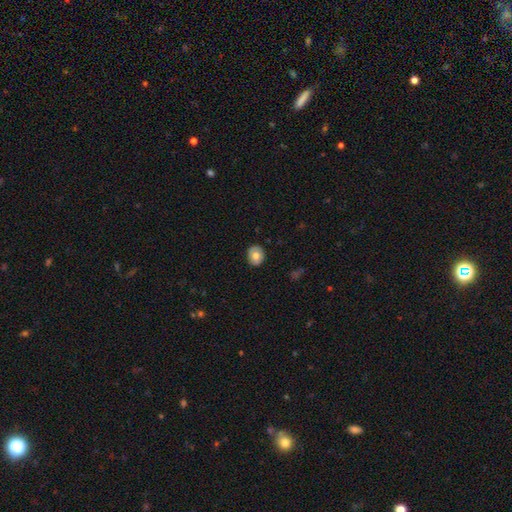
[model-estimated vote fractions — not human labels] The model was most divided on "how rounded": round: 68%, in between: 31%, cigar-shaped: 1%. More confident: merging — none (87%); smooth or featured — smooth (71%).